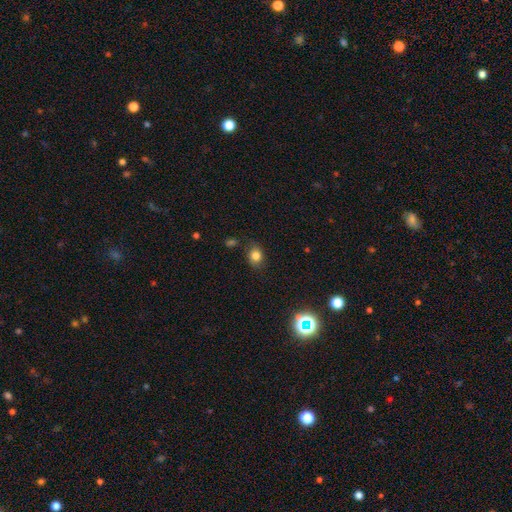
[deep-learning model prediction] Smooth or featured?
  - smooth: 79% *
  - star or artifact: 14%
  - featured or disk: 7%
How rounded?
  - round: 54% *
  - in between: 45%
  - cigar-shaped: 1%
Merging?
  - none: 79% *
  - minor disturbance: 15%
  - major disturbance: 4%
  - merger: 3%